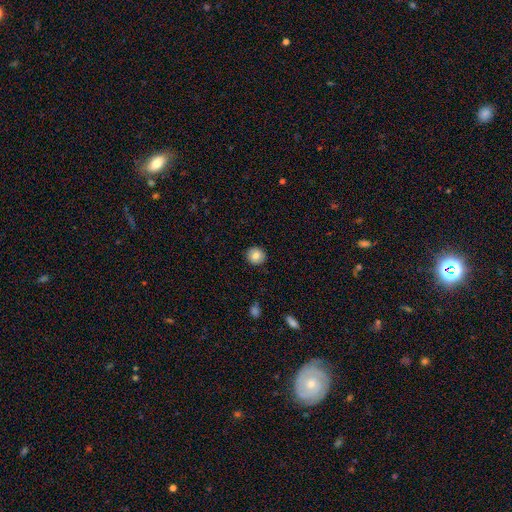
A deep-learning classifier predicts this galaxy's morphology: A smooth galaxy with no disk features (81%) that is round (91%). Merging: none (91%).